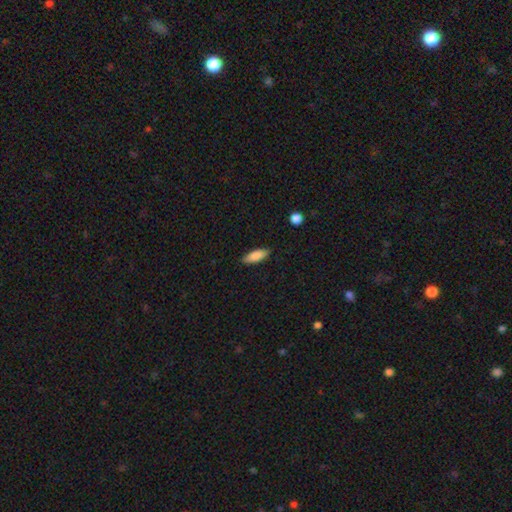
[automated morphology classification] smooth-or-featured: smooth: 86% | featured or disk: 8% | star or artifact: 6%
  how-rounded: in between: 62% | cigar-shaped: 36% | round: 2%
  merging: none: 88% | minor disturbance: 9% | major disturbance: 2% | merger: 1%